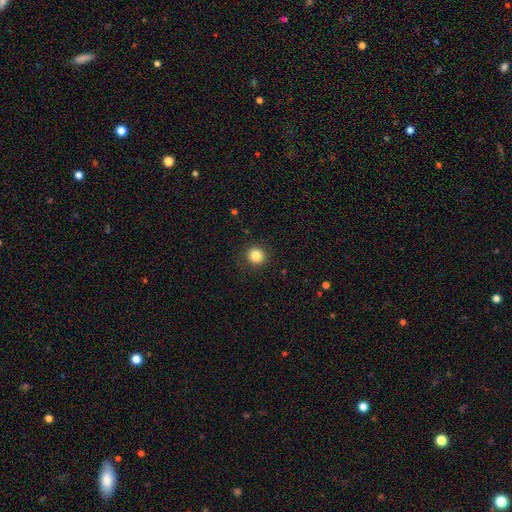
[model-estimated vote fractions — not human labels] This appears to be a smooth galaxy with no disk features (84%) that is round (92%). Merging: none (90%).